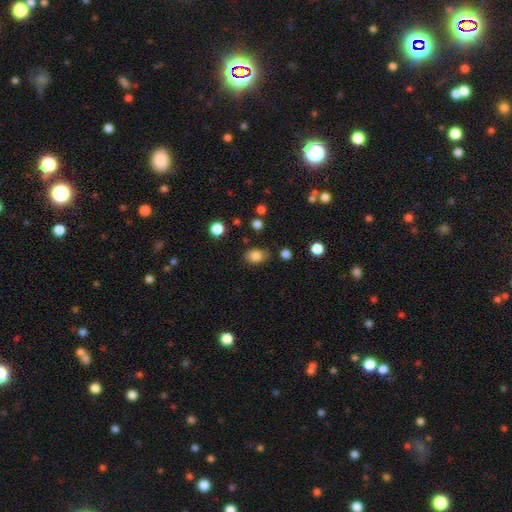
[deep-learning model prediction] Smooth or featured?
  - smooth: 83% *
  - star or artifact: 10%
  - featured or disk: 7%
How rounded?
  - in between: 68% *
  - round: 31%
  - cigar-shaped: 1%
Merging?
  - none: 77% *
  - minor disturbance: 16%
  - major disturbance: 4%
  - merger: 3%